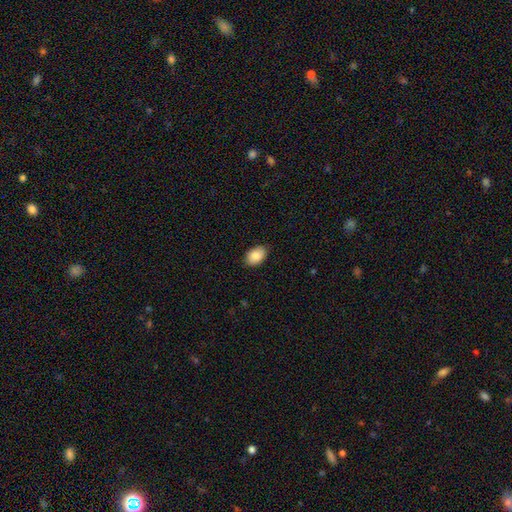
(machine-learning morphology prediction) smooth 88%, star or artifact 7%, featured or disk 6%. Down the decision tree: how rounded — in between (87%); merging — none (85%).